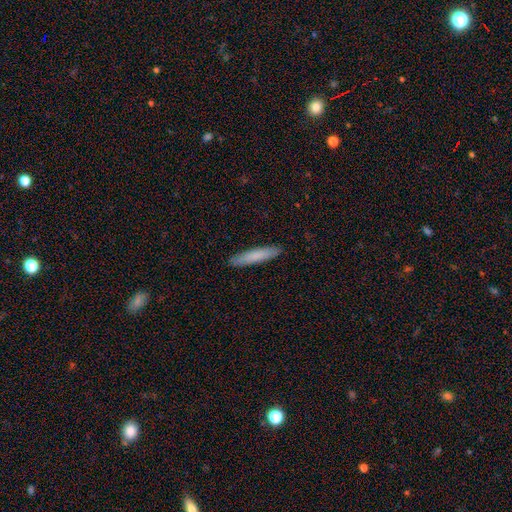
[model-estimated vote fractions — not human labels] This appears to be a smooth galaxy with no disk features (80%) that is cigar-shaped (92%). Merging: none (91%).